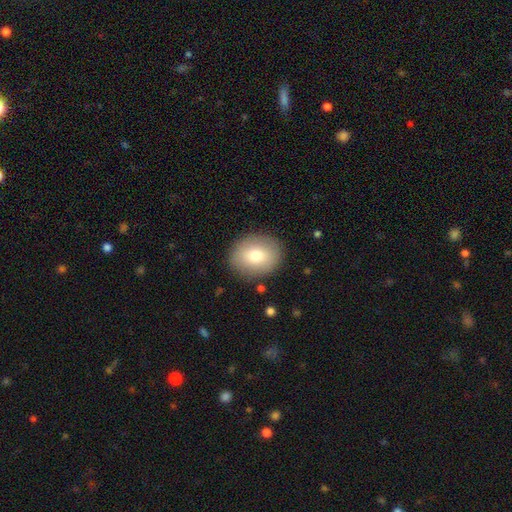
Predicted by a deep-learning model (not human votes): Q: Smooth or featured?
A: smooth (75%); runner-up: featured or disk (16%)
Q: How rounded?
A: round (54%); runner-up: in between (45%)
Q: Merging?
A: none (88%); runner-up: minor disturbance (8%)